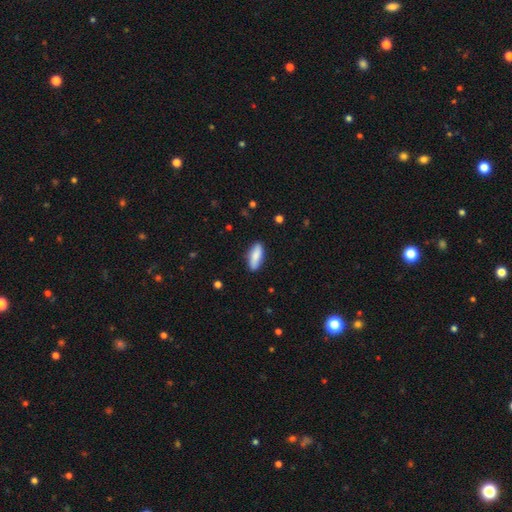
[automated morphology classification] type=smooth (84%); roundness=in between (66%); merging=none (86%).